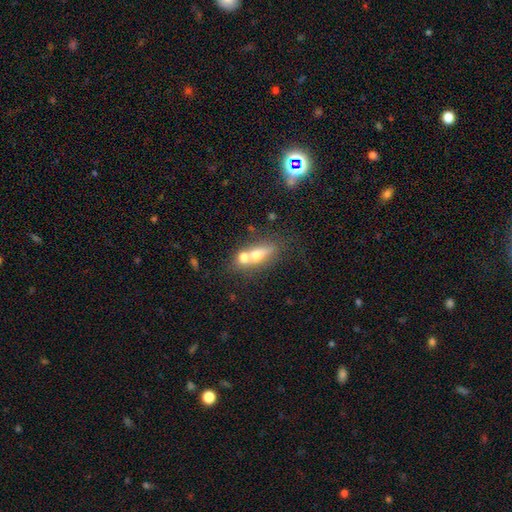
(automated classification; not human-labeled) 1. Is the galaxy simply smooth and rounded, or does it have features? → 58% smooth, 31% featured or disk, 10% star or artifact.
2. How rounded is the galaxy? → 52% in between, 24% cigar-shaped, 24% round.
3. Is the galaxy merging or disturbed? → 53% merger, 33% none, 9% minor disturbance, 5% major disturbance.